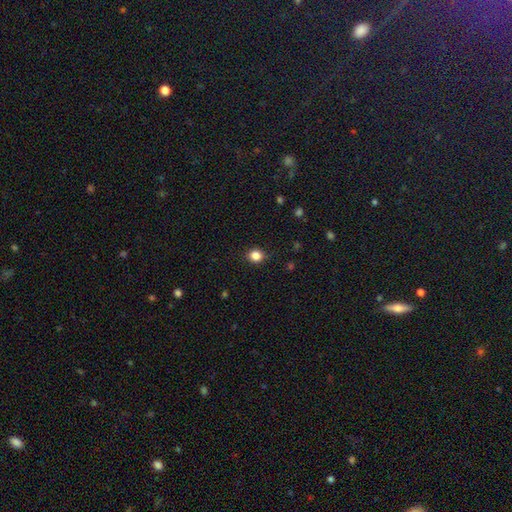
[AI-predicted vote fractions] smooth 83%, star or artifact 12%, featured or disk 5%. Down the decision tree: how rounded — round (78%); merging — none (87%).